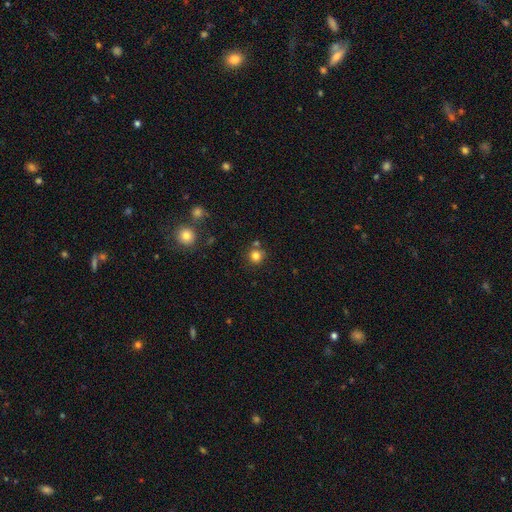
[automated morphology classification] Smooth or featured: smooth — 81% (star or artifact — 13%)
How rounded: round — 92% (in between — 7%)
Merging: none — 77% (merger — 11%)